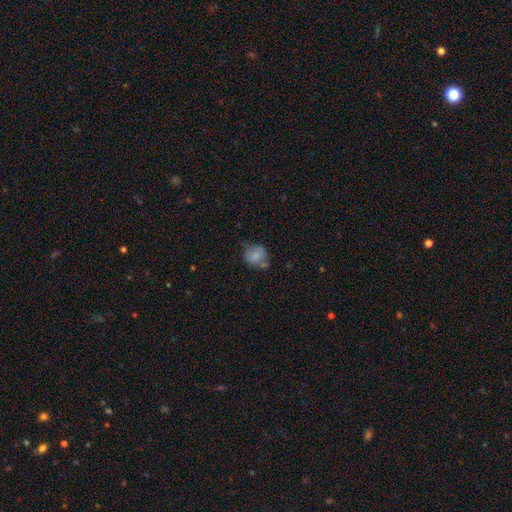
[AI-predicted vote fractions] This appears to be a smooth galaxy with no disk features (75%) that is round (62%). Merging: none (46%).